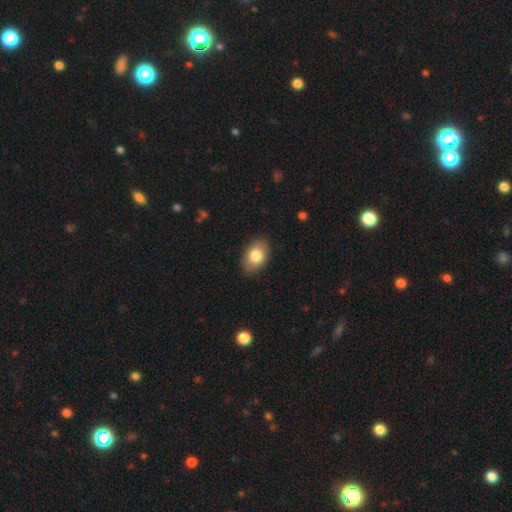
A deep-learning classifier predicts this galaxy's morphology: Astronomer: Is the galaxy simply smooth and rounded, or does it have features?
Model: smooth — 81%.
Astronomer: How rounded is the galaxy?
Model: in between — 88%.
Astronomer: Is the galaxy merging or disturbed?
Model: none — 87%.